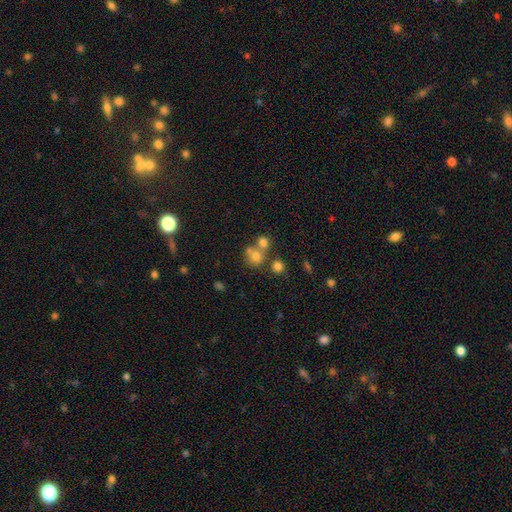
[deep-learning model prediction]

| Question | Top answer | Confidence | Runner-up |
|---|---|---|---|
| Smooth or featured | smooth | 66% | star or artifact (18%) |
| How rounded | round | 82% | in between (17%) |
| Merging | none | 47% | merger (40%) |